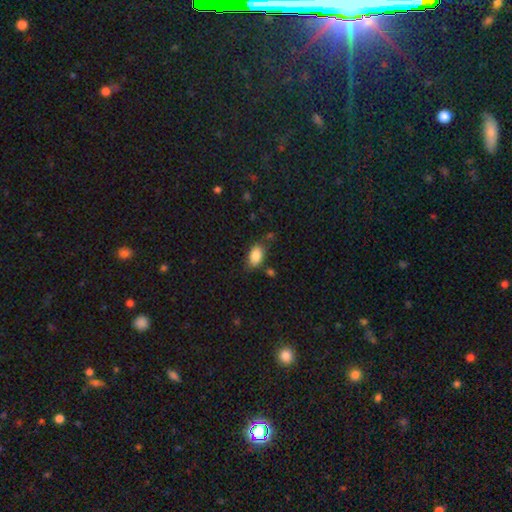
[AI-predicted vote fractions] Overall: smooth (86%). How rounded: in between (89%). Merging: none (74%).